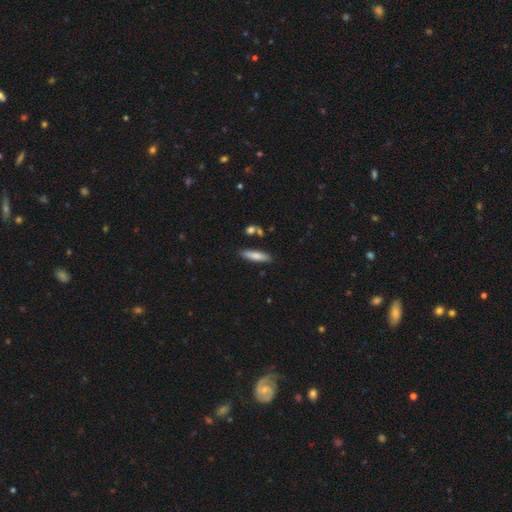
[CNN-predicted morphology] smooth 80%, featured or disk 14%, star or artifact 6%. Down the decision tree: how rounded — cigar-shaped (70%); merging — none (84%).